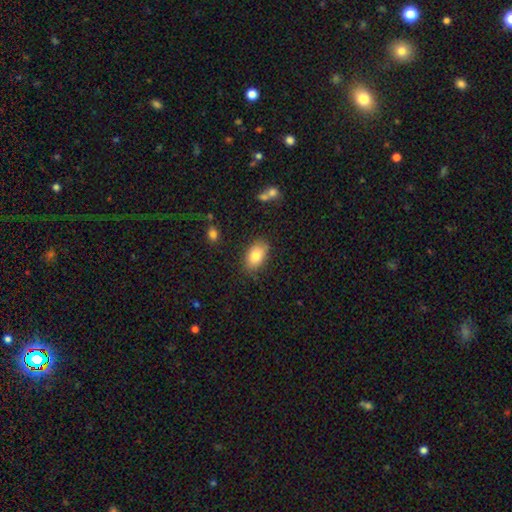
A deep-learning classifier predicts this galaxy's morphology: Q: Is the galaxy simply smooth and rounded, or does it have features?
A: smooth — 81%.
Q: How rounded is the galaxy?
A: in between — 90%.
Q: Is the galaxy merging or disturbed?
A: none — 82%.